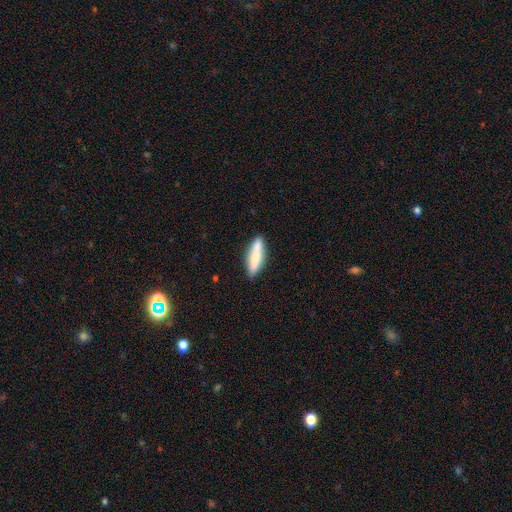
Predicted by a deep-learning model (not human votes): Q: Smooth or featured?
A: smooth (72%); runner-up: featured or disk (22%)
Q: How rounded?
A: cigar-shaped (76%); runner-up: in between (22%)
Q: Merging?
A: none (84%); runner-up: minor disturbance (12%)